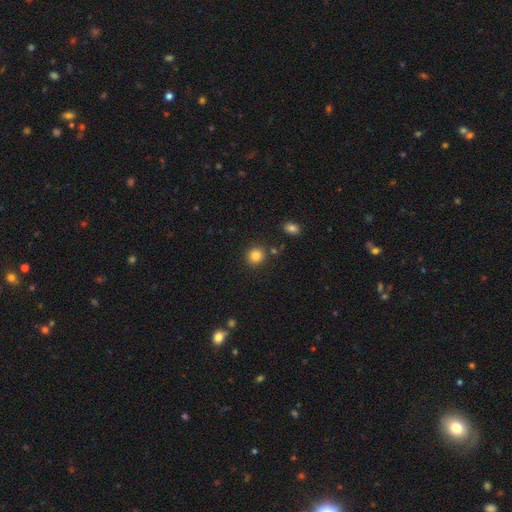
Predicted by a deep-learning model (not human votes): smooth 83%, star or artifact 11%, featured or disk 6%. Down the decision tree: how rounded — round (88%); merging — none (86%).